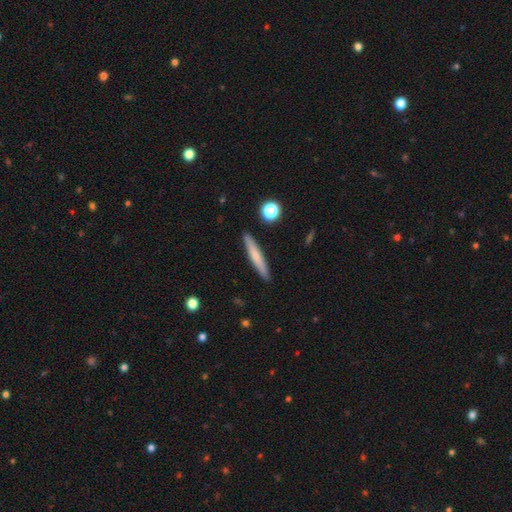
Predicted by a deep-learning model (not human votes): Smooth or featured? smooth (63%)
How rounded? cigar-shaped (94%)
Merging? none (91%)